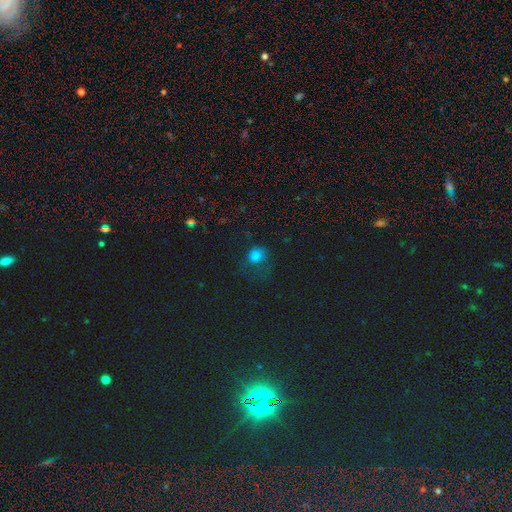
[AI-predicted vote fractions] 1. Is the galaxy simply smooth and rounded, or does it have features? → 72% smooth, 20% star or artifact, 8% featured or disk.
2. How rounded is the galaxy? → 74% round, 25% in between, 1% cigar-shaped.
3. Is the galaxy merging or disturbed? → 53% none, 23% minor disturbance, 21% major disturbance, 3% merger.